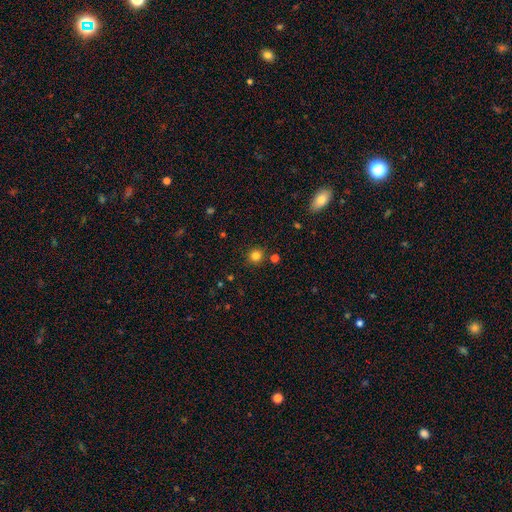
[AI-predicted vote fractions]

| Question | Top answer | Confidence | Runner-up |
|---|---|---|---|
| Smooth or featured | smooth | 82% | star or artifact (13%) |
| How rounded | round | 91% | in between (8%) |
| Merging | none | 87% | minor disturbance (7%) |